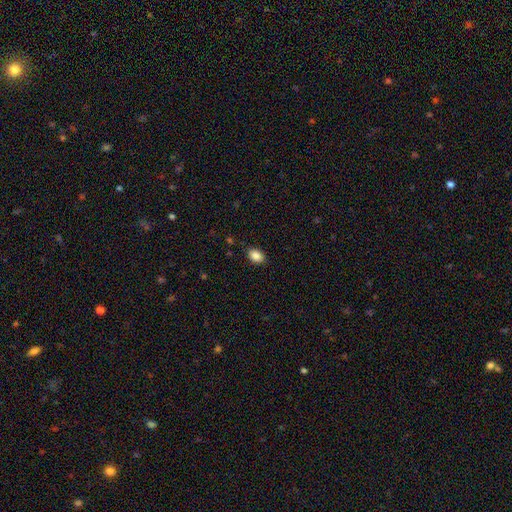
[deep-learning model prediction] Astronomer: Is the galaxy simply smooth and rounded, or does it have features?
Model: smooth — 87%.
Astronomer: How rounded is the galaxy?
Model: in between — 80%.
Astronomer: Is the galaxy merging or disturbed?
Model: none — 86%.